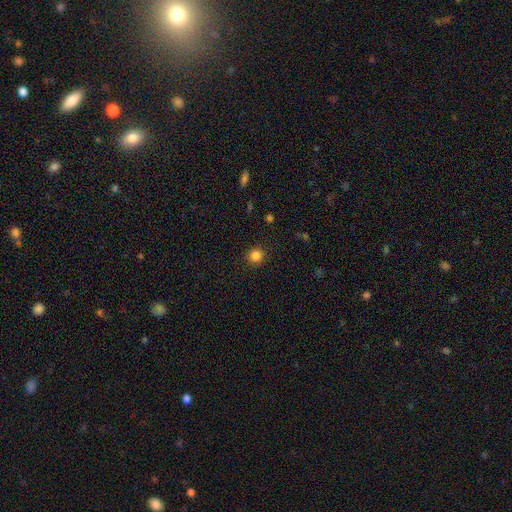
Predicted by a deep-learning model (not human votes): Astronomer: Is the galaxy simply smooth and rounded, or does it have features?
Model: smooth — 84%.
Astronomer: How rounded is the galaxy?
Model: round — 93%.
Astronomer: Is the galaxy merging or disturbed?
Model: none — 91%.